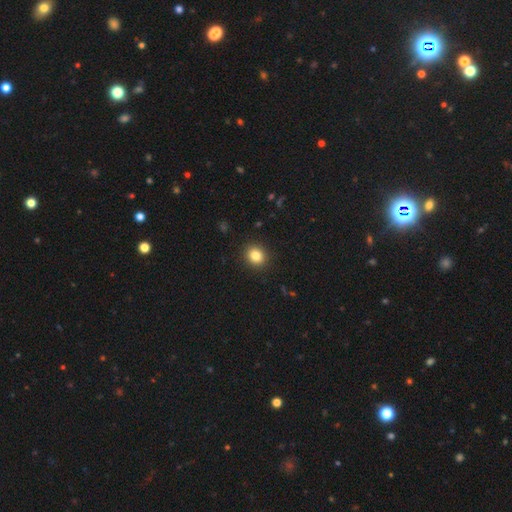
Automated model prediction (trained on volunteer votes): smooth-or-featured: smooth: 84% | star or artifact: 11% | featured or disk: 5%
  how-rounded: round: 75% | in between: 24% | cigar-shaped: 1%
  merging: none: 91% | minor disturbance: 6% | major disturbance: 2% | merger: 1%